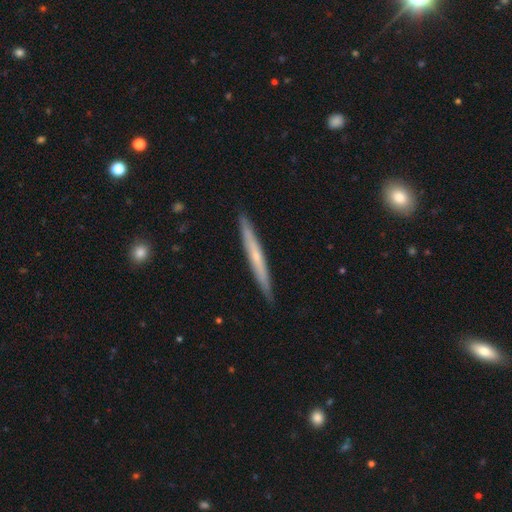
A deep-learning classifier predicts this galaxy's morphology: smooth_or_featured: featured or disk (p=0.53) [alt: smooth p=0.42]
disk_edge_on: yes (p=0.95) [alt: no p=0.05]
edge_on_bulge: none (p=0.64) [alt: rounded p=0.32]
merging: none (p=0.91) [alt: minor disturbance p=0.07]